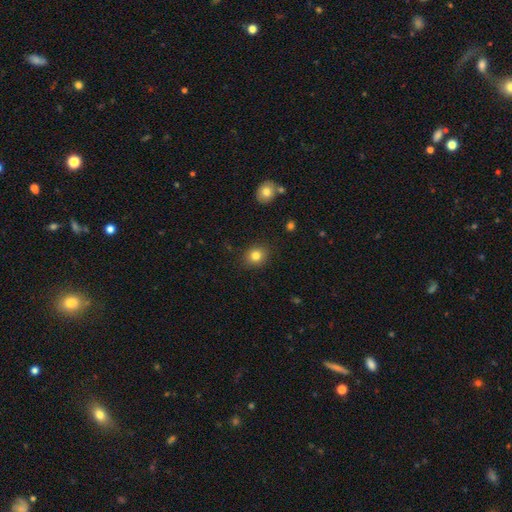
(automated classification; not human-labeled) Smooth or featured?
  - smooth: 82% *
  - star or artifact: 11%
  - featured or disk: 7%
How rounded?
  - round: 73% *
  - in between: 27%
  - cigar-shaped: 1%
Merging?
  - none: 88% *
  - minor disturbance: 8%
  - major disturbance: 2%
  - merger: 1%